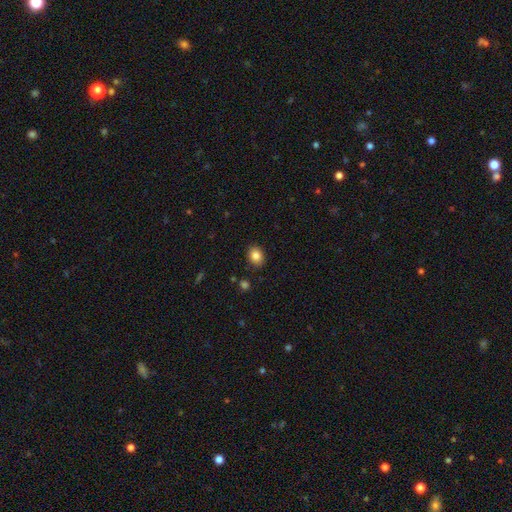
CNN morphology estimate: A smooth galaxy with no disk features (85%) that is in between round and cigar-shaped (50%, tied with round).

Vote fractions:
- Smooth or featured? smooth: 85% / star or artifact: 9% / featured or disk: 5%
- How rounded? in between: 50% (tied) / round: 50% (tied) / cigar-shaped: 1%
- Merging? none: 87% / minor disturbance: 9% / major disturbance: 2% / merger: 1%